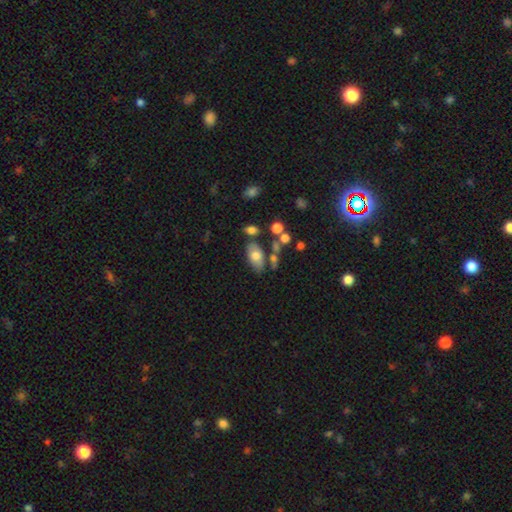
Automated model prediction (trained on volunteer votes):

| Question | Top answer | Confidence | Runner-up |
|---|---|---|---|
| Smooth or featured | smooth | 69% | featured or disk (22%) |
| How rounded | in between | 92% | round (5%) |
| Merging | none | 61% | minor disturbance (17%) |